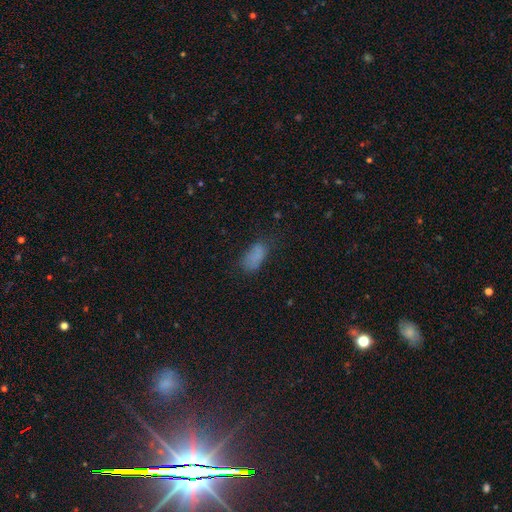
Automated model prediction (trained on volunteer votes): Overall: smooth (78%). How rounded: in between (89%). Merging: none (59%; minor disturbance 25%).